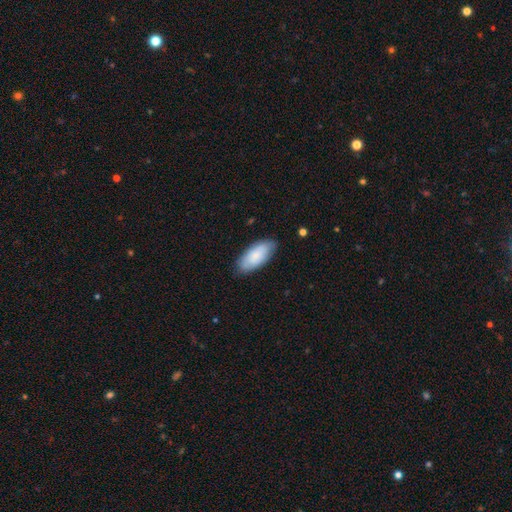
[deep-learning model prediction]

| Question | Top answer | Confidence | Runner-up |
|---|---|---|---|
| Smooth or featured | smooth | 79% | featured or disk (16%) |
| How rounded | in between | 90% | cigar-shaped (8%) |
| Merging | none | 81% | minor disturbance (15%) |